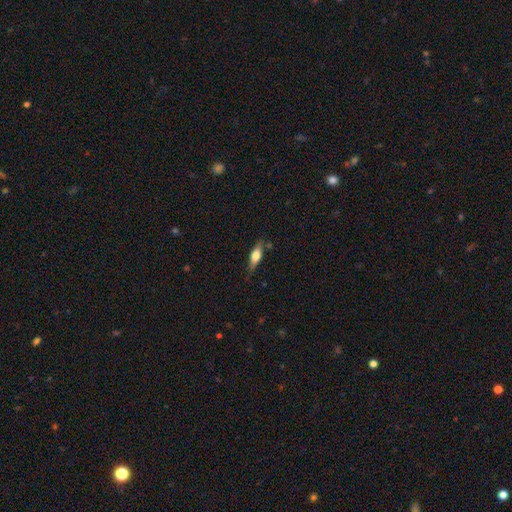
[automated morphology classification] This is possibly a smooth galaxy (60%). How rounded: possibly in between (54%). Merging: likely none (71%).